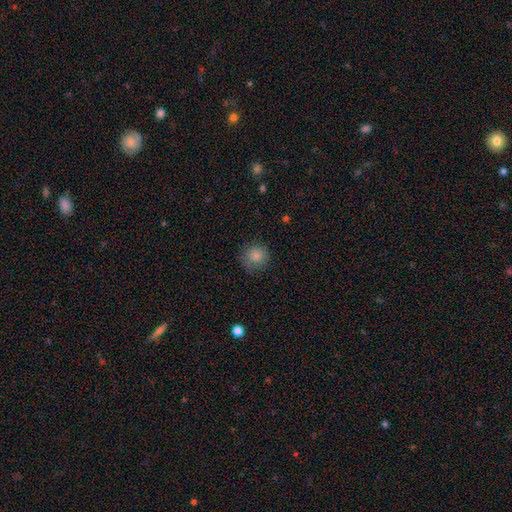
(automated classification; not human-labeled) A smooth galaxy with no disk features (84%) that is round (91%). Merging: none (76%).